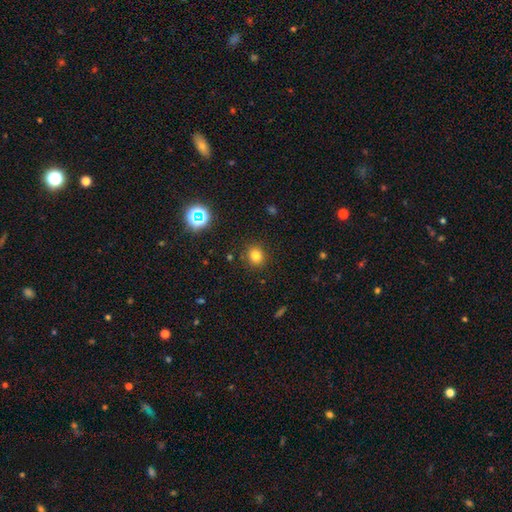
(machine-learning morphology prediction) Overall: smooth (78%). How rounded: round (80%). Merging: none (89%).